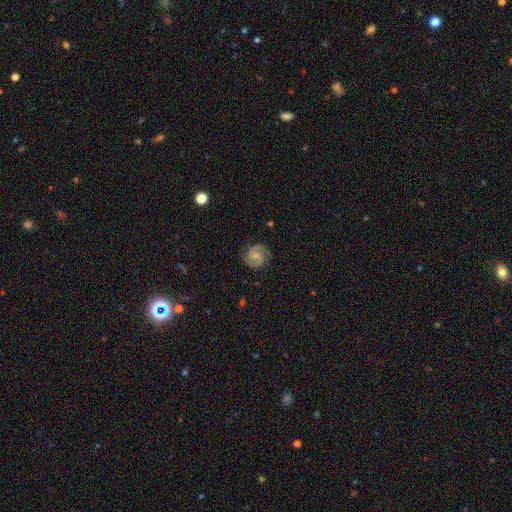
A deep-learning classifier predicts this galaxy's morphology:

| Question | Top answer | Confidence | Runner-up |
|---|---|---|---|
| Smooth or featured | featured or disk | 83% | smooth (10%) |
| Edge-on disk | no | 98% | yes (2%) |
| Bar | no | 50% | weak (41%) |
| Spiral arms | yes | 98% | no (2%) |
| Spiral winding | medium | 49% | tight (41%) |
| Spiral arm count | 2 | 92% | can't tell (3%) |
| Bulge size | small | 53% | moderate (28%) |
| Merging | none | 84% | minor disturbance (11%) |